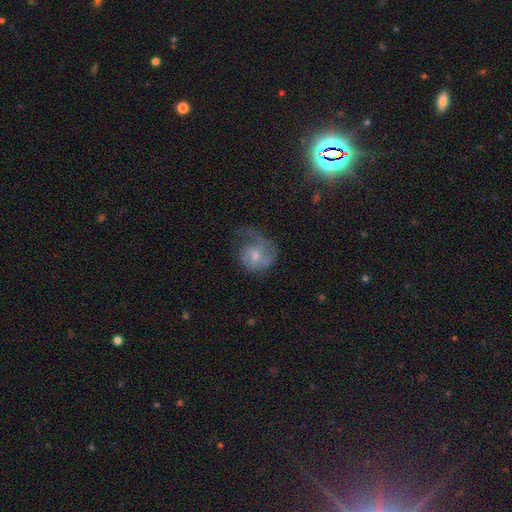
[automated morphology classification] Q: Smooth or featured?
A: featured or disk (64%); runner-up: smooth (29%)
Q: Edge-on disk?
A: no (98%); runner-up: yes (2%)
Q: Bar?
A: no (68%); runner-up: weak (29%)
Q: Spiral arms?
A: yes (83%); runner-up: no (17%)
Q: Spiral winding?
A: loose (41%); runner-up: medium (39%)
Q: Spiral arm count?
A: 1 (57%); runner-up: 2 (23%)
Q: Bulge size?
A: moderate (51%); runner-up: small (39%)
Q: Merging?
A: major disturbance (41%); runner-up: none (34%)